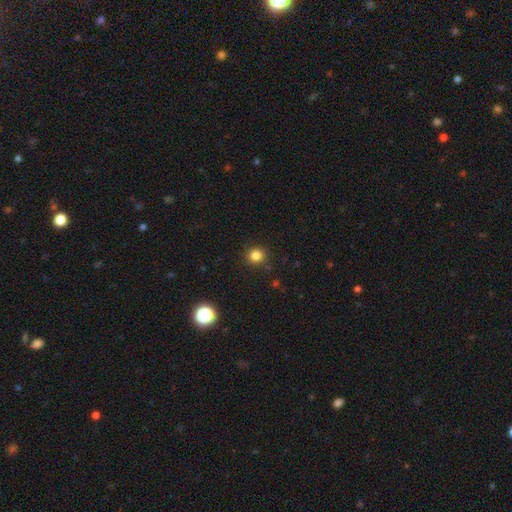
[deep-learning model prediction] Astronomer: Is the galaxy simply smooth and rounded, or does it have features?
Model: smooth — 83%.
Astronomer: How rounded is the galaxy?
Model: round — 90%.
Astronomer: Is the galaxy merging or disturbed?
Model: none — 90%.